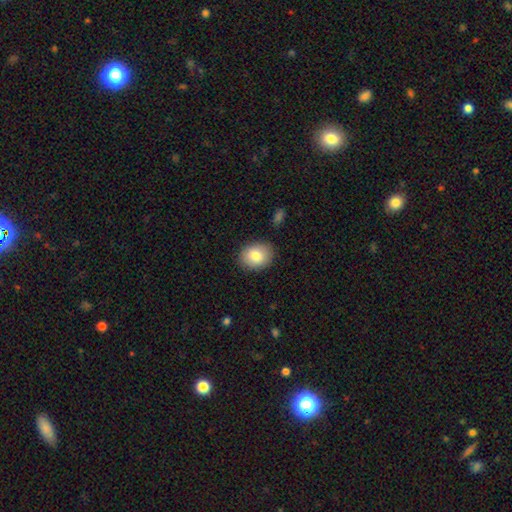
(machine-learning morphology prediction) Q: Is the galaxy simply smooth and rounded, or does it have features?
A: smooth — 82%.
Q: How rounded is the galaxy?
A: in between — 50%.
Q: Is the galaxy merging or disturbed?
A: none — 86%.